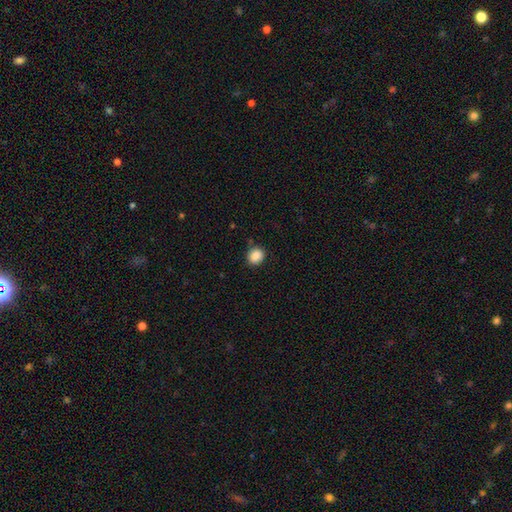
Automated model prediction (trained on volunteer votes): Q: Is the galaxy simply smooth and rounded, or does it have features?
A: smooth — 87%.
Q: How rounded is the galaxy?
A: round — 73%.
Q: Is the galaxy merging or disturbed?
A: none — 84%.